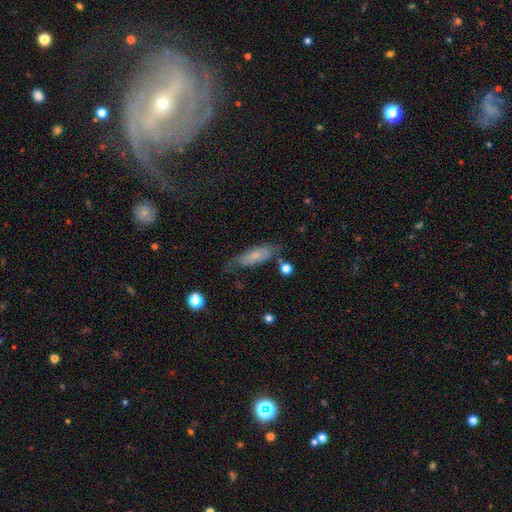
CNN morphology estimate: Smooth or featured? Predicted: smooth (p=0.60). How rounded? Predicted: in between (p=0.54). Merging? Predicted: none (p=0.63).